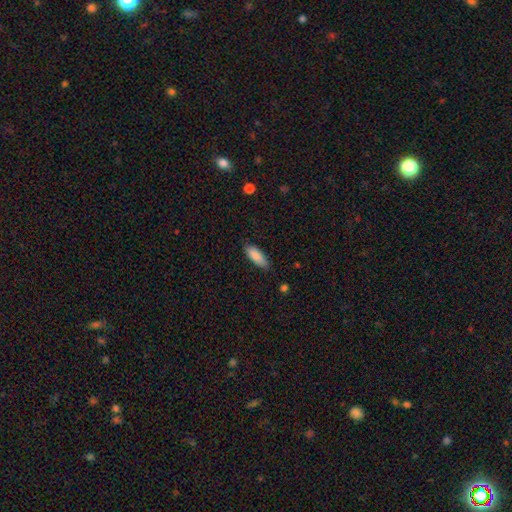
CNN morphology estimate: Q: Smooth or featured?
A: smooth (87%); runner-up: featured or disk (6%)
Q: How rounded?
A: in between (73%); runner-up: cigar-shaped (25%)
Q: Merging?
A: none (83%); runner-up: minor disturbance (13%)